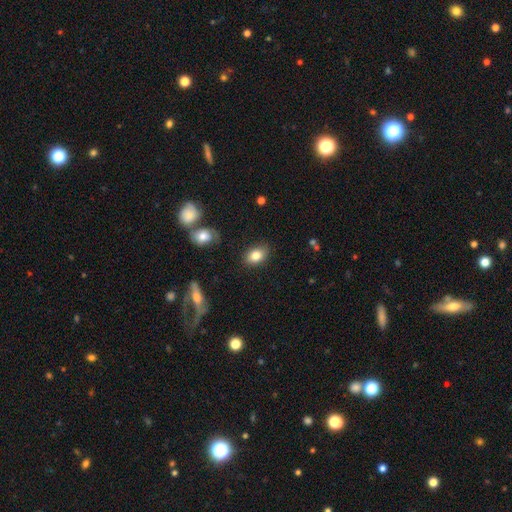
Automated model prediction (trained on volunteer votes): This appears to be a smooth galaxy with no disk features (82%) that is in between round and cigar-shaped (82%). Merging: none (85%).